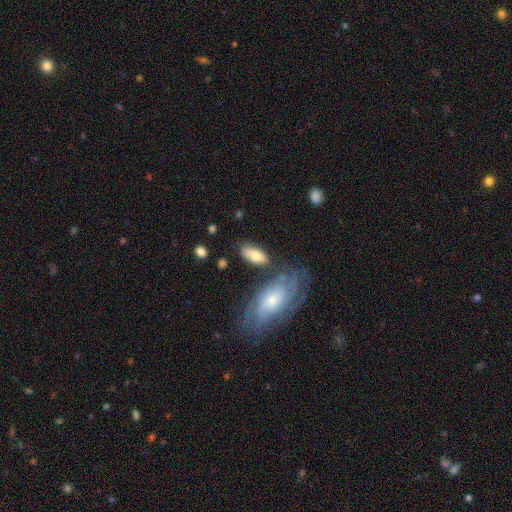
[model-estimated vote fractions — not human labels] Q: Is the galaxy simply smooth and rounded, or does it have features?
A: smooth — 71%.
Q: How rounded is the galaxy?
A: in between — 86%.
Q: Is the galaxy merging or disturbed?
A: none — 67%.